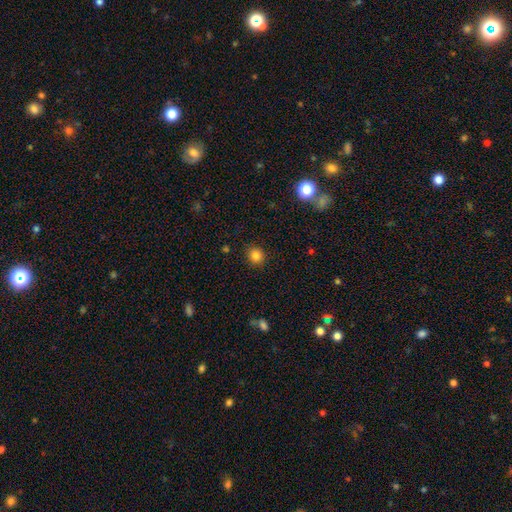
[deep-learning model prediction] This is clearly a smooth galaxy (84%). How rounded: clearly round (89%). Merging: clearly none (89%).